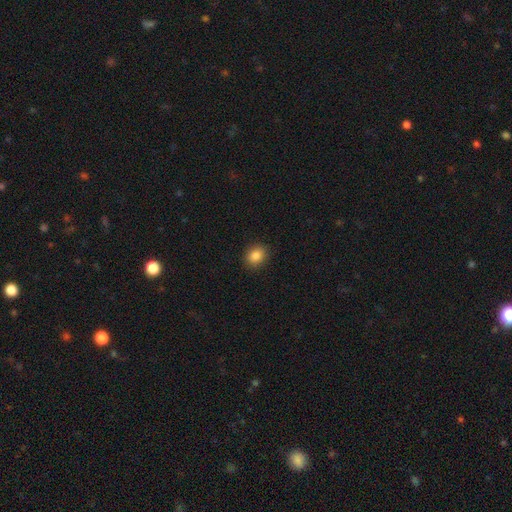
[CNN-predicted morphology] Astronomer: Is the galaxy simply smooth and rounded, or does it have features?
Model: smooth — 86%.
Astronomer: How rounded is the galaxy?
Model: round — 58% (runner-up: in between, 41%).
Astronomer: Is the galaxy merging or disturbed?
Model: none — 89%.